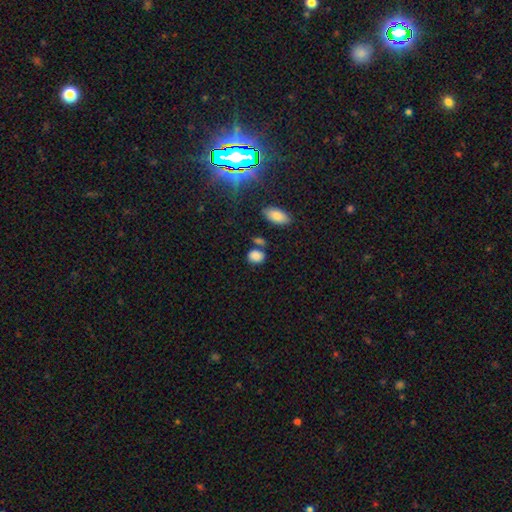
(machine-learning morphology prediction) A smooth galaxy with no disk features (85%) that is in between round and cigar-shaped (55%).

Vote fractions:
- Smooth or featured? smooth: 85% / star or artifact: 10% / featured or disk: 4%
- How rounded? in between: 55% / round: 43% / cigar-shaped: 2%
- Merging? none: 67% / minor disturbance: 15% / merger: 13% / major disturbance: 5%